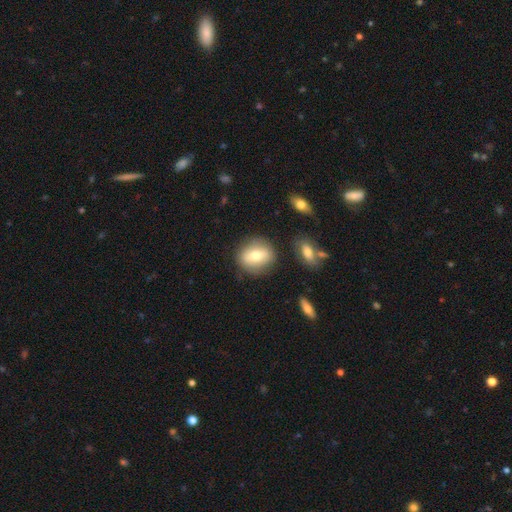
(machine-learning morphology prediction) smooth_or_featured: smooth (p=0.64) [alt: featured or disk p=0.27]
how_rounded: round (p=0.57) [alt: in between p=0.41]
merging: none (p=0.82) [alt: minor disturbance p=0.12]